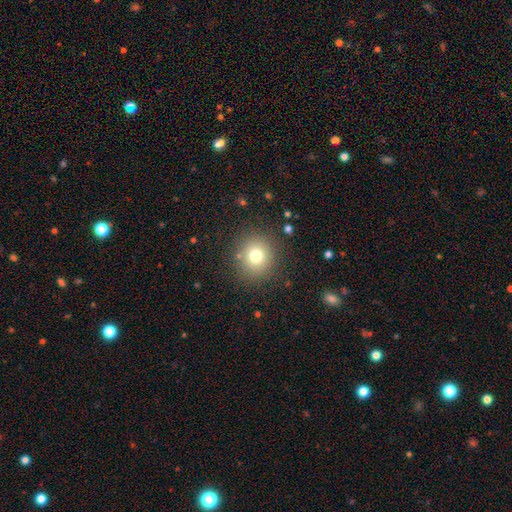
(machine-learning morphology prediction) Smooth or featured?
  - smooth: 75% *
  - star or artifact: 15%
  - featured or disk: 10%
How rounded?
  - round: 87% *
  - in between: 12%
  - cigar-shaped: 1%
Merging?
  - none: 86% *
  - minor disturbance: 8%
  - major disturbance: 4%
  - merger: 2%